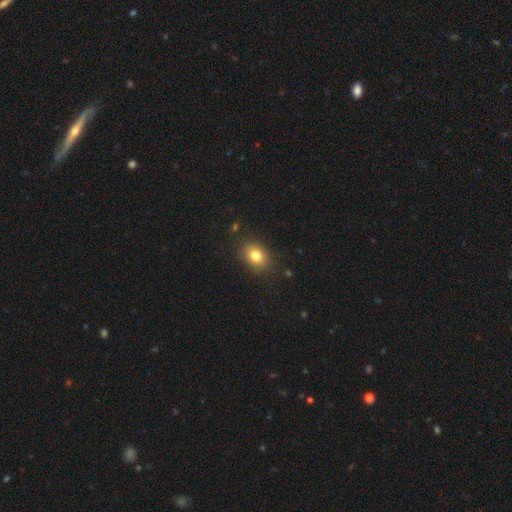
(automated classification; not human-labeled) Overall: smooth (81%). How rounded: in between (68%; round 31%). Merging: none (85%).